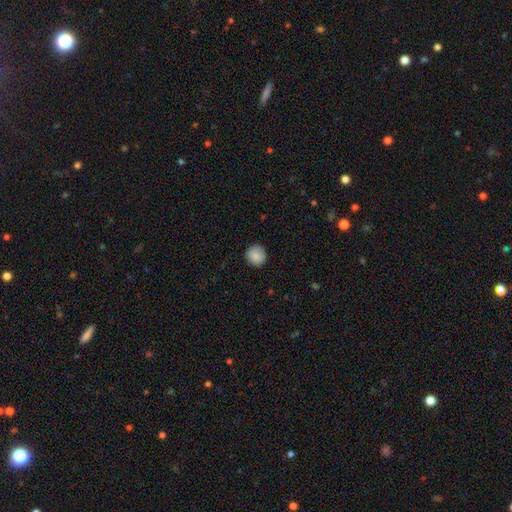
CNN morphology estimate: Smooth or featured?
  - smooth: 88% *
  - star or artifact: 8%
  - featured or disk: 4%
How rounded?
  - round: 93% *
  - in between: 6%
  - cigar-shaped: 1%
Merging?
  - none: 90% *
  - minor disturbance: 7%
  - major disturbance: 2%
  - merger: 1%